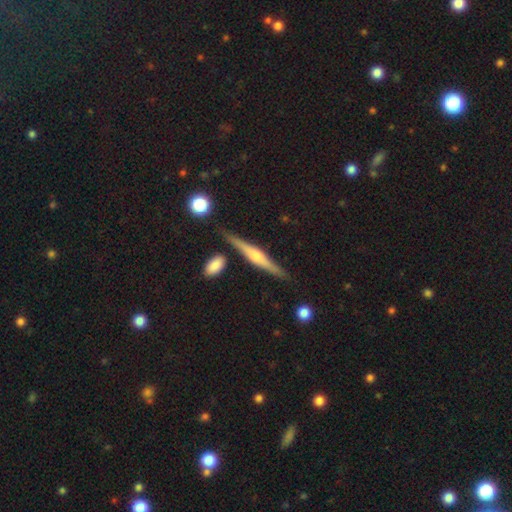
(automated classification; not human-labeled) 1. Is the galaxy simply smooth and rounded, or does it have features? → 75% featured or disk, 18% smooth, 6% star or artifact.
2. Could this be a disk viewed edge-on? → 98% yes, 2% no.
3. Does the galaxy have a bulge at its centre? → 79% rounded, 13% boxy, 8% none.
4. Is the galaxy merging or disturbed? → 86% none, 8% minor disturbance, 4% merger, 2% major disturbance.